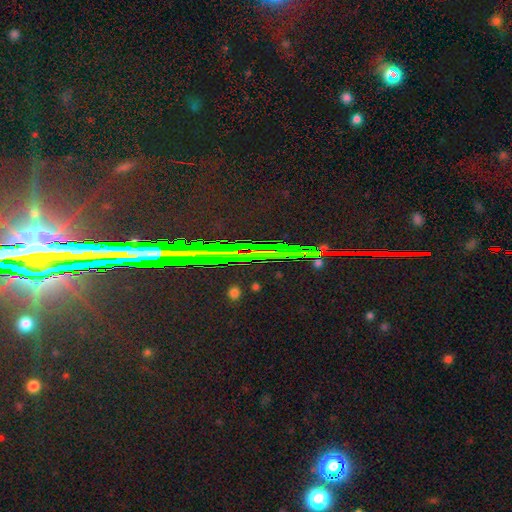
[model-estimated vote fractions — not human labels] Smooth or featured?
  - star or artifact: 85% *
  - featured or disk: 8%
  - smooth: 6%